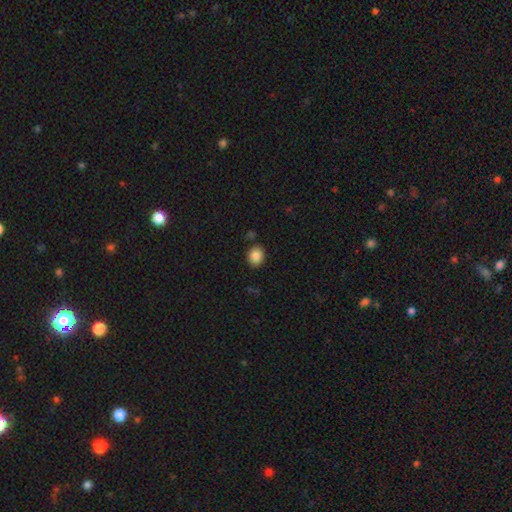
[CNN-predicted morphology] Smooth or featured? smooth (86%)
How rounded? round (62%)
Merging? none (84%)